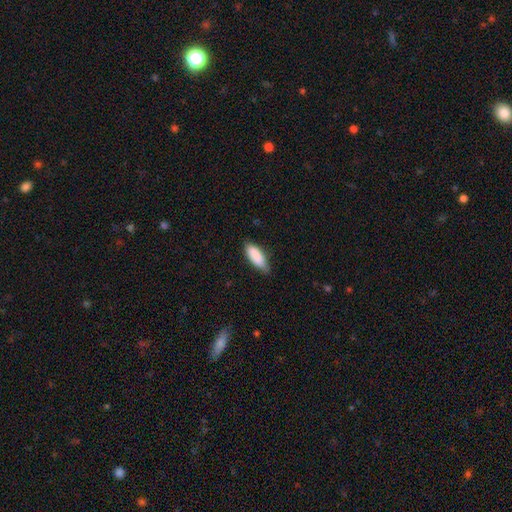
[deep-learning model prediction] smooth 88%, star or artifact 6%, featured or disk 6%. Down the decision tree: how rounded — in between (80%); merging — none (69%).